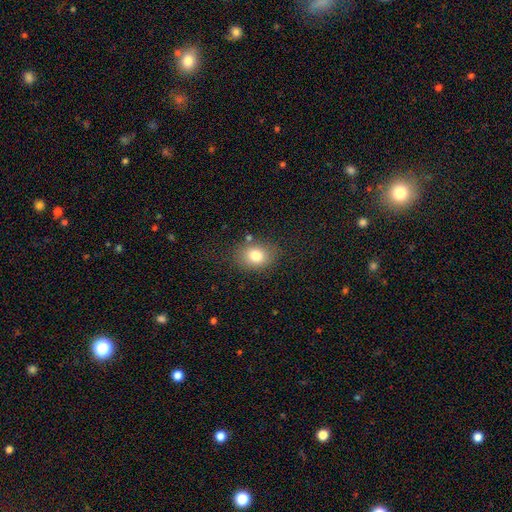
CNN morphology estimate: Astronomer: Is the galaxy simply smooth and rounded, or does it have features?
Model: smooth — 80%.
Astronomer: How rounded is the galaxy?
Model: in between — 60% (runner-up: round, 39%).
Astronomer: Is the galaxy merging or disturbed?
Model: none — 77%.